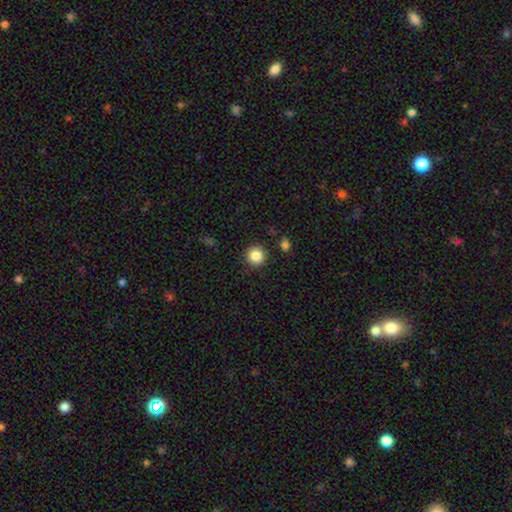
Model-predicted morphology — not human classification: type=smooth (85%); roundness=round (94%); merging=none (90%).